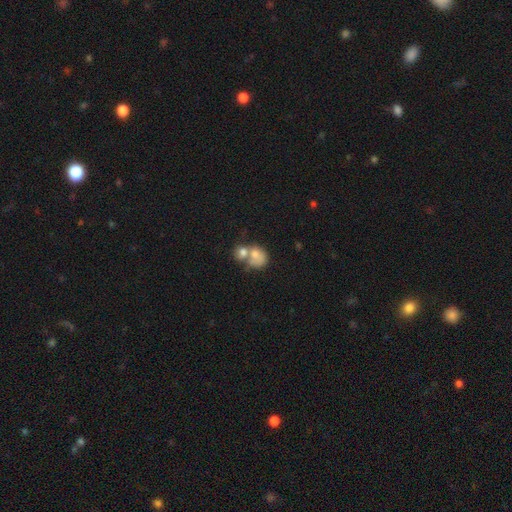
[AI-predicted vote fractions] smooth-or-featured: smooth: 71% | featured or disk: 20% | star or artifact: 9%
  how-rounded: round: 60% | in between: 39% | cigar-shaped: 1%
  merging: merger: 65% | none: 21% | minor disturbance: 8% | major disturbance: 5%